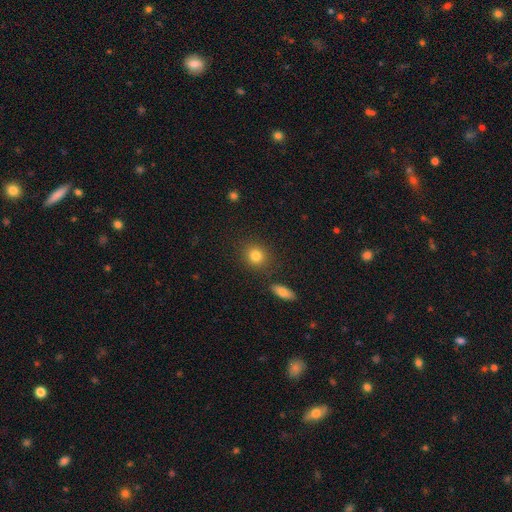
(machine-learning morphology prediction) The model was most divided on "how rounded": round: 79%, in between: 20%, cigar-shaped: 1%. More confident: merging — none (84%); smooth or featured — smooth (83%).